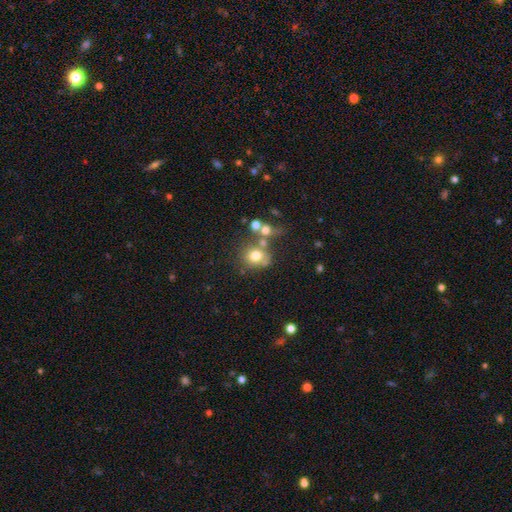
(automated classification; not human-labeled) This appears to be a smooth galaxy with no disk features (70%) that is round (71%). Merging: none (49%).